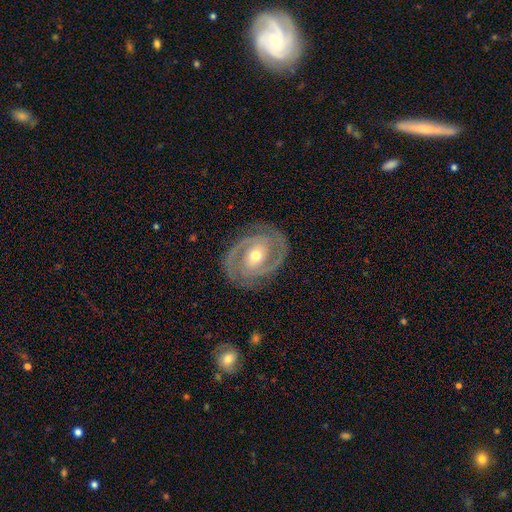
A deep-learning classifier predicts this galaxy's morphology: This appears to be a featured or disk galaxy (90%) with no bar (39%), 2 (88%) tight (58%) spiral arms (97%) and a moderate central bulge (64%). Merging: none (84%).